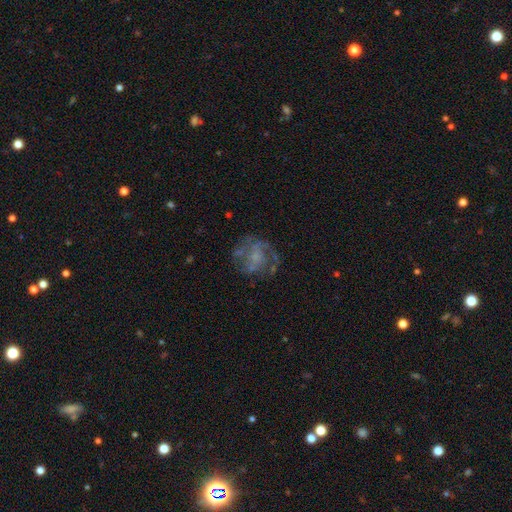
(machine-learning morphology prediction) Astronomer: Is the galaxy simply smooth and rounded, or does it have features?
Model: featured or disk — 72%.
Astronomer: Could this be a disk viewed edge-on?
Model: no — 98%.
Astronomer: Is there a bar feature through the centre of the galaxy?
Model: no — 71%.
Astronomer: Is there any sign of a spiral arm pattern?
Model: yes — 75%.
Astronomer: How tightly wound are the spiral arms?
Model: medium — 45% (runner-up: tight, 29%).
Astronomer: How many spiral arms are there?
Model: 2 — 35% (runner-up: can't tell, 29%).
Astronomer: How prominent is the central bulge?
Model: small — 43% (runner-up: none, 31%).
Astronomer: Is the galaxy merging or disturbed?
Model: none — 58%.